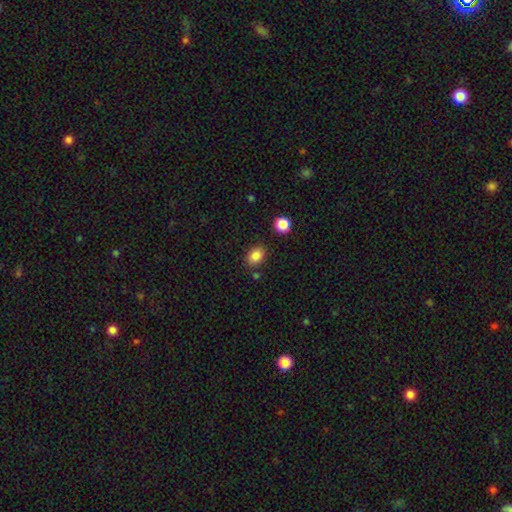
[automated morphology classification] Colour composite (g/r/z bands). It shows a smooth galaxy with no disk features (85%) that is in between round and cigar-shaped (71%). Merging: none (80%).